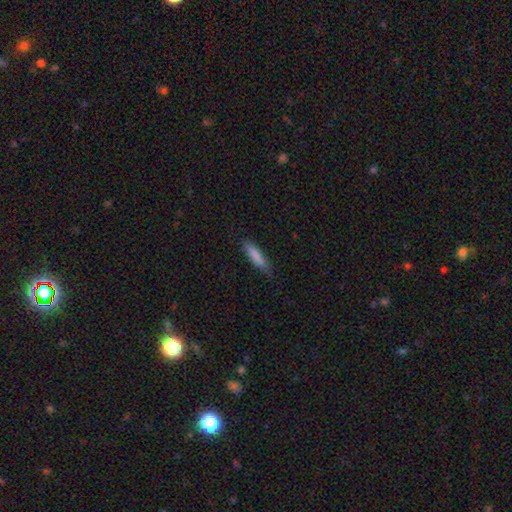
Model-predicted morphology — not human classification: Smooth or featured? smooth (85%)
How rounded? cigar-shaped (72%)
Merging? none (78%)